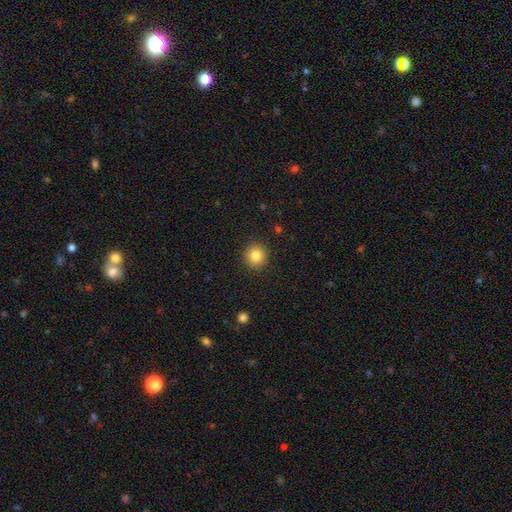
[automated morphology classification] Q: Smooth or featured?
A: smooth (83%); runner-up: star or artifact (11%)
Q: How rounded?
A: round (92%); runner-up: in between (7%)
Q: Merging?
A: none (92%); runner-up: minor disturbance (5%)